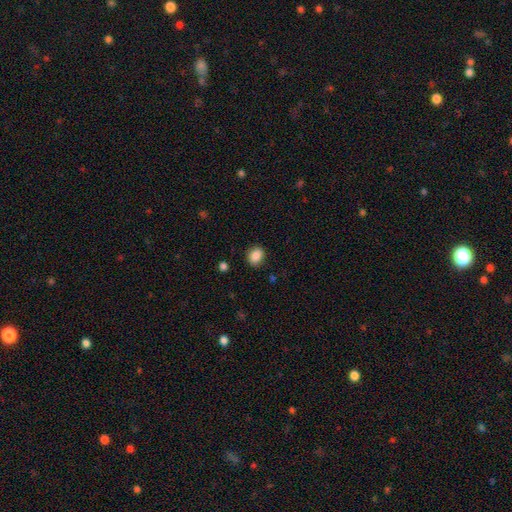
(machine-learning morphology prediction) Overall: smooth (87%). How rounded: in between (51%; round 48%). Merging: none (87%).